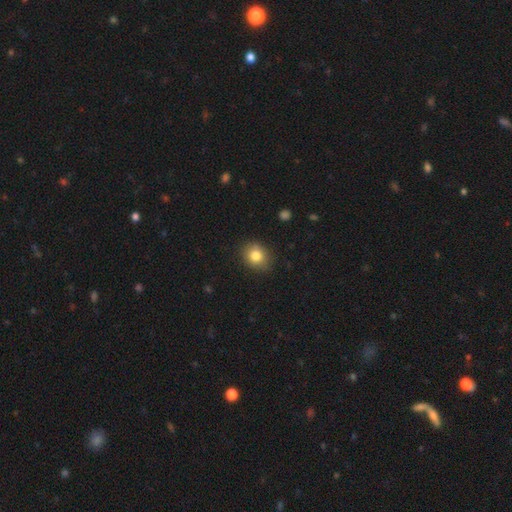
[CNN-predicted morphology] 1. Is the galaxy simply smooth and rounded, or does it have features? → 82% smooth, 10% star or artifact, 8% featured or disk.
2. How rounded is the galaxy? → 67% round, 32% in between, 1% cigar-shaped.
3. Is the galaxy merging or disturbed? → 86% none, 11% minor disturbance, 2% major disturbance, 1% merger.